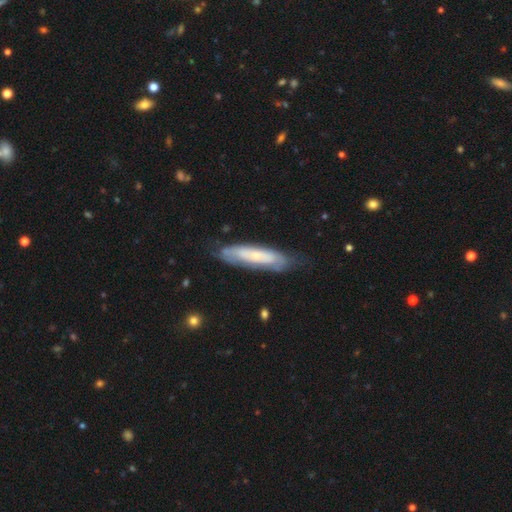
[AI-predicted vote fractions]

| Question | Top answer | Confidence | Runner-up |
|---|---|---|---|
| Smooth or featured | featured or disk | 55% | smooth (39%) |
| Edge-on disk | no | 64% | yes (36%) |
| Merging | none | 69% | minor disturbance (22%) |